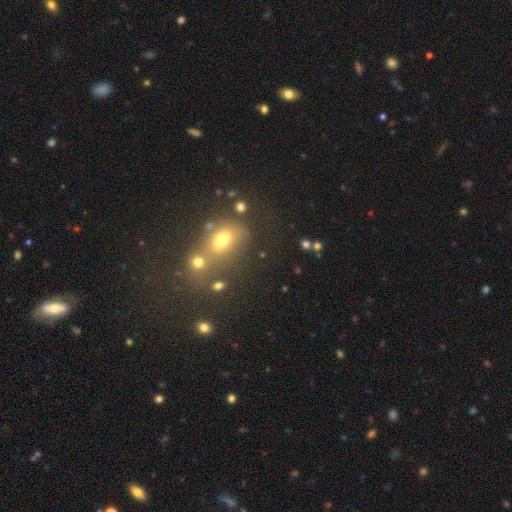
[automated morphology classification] Smooth or featured? smooth (49%)
Merging? none (47%)